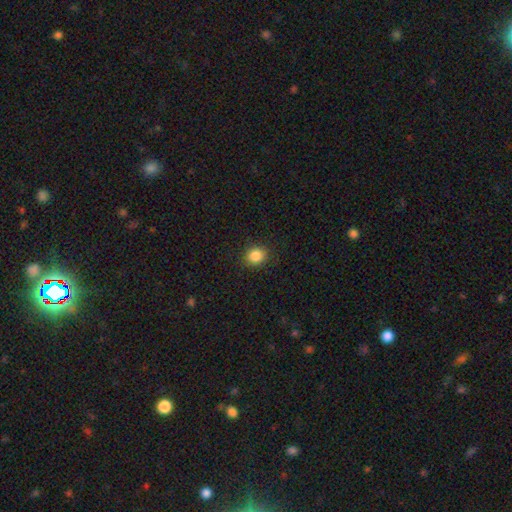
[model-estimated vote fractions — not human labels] smooth-or-featured: smooth: 86% | star or artifact: 10% | featured or disk: 4%
  how-rounded: round: 78% | in between: 21% | cigar-shaped: 1%
  merging: none: 89% | minor disturbance: 7% | major disturbance: 2% | merger: 1%